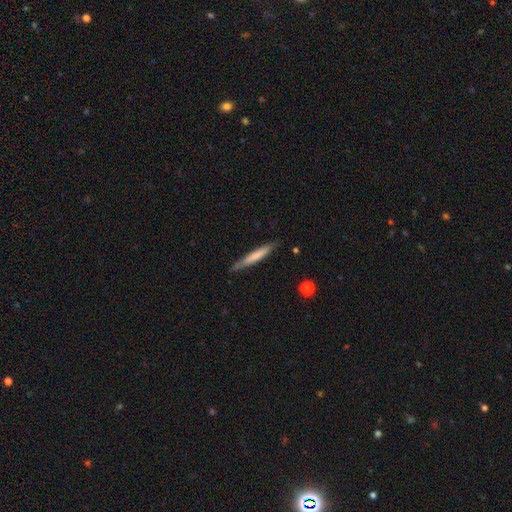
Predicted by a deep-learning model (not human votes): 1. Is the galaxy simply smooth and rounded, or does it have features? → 63% smooth, 31% featured or disk, 5% star or artifact.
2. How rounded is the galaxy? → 95% cigar-shaped, 4% in between, 1% round.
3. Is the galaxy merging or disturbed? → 83% none, 13% minor disturbance, 2% major disturbance, 2% merger.